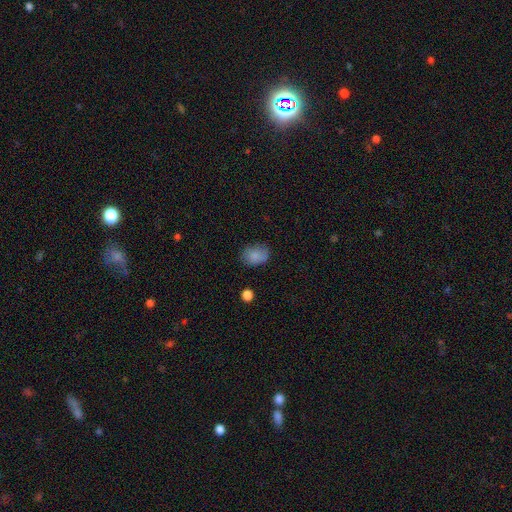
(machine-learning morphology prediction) Smooth or featured? Predicted: smooth (p=0.84). How rounded? Predicted: in between (p=0.69). Merging? Predicted: none (p=0.73).